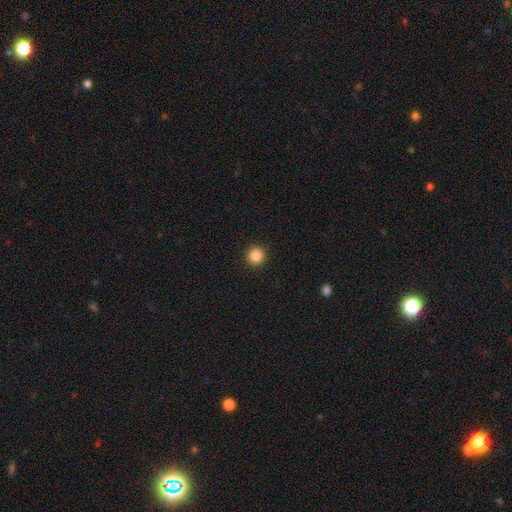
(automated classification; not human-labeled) smooth-or-featured: smooth: 86% | star or artifact: 10% | featured or disk: 4%
  how-rounded: round: 94% | in between: 5% | cigar-shaped: 1%
  merging: none: 93% | minor disturbance: 4% | major disturbance: 2% | merger: 1%